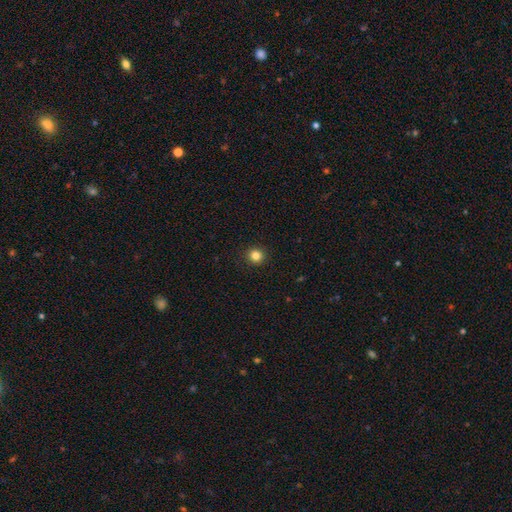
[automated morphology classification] type=smooth (84%); roundness=round (93%); merging=none (93%).